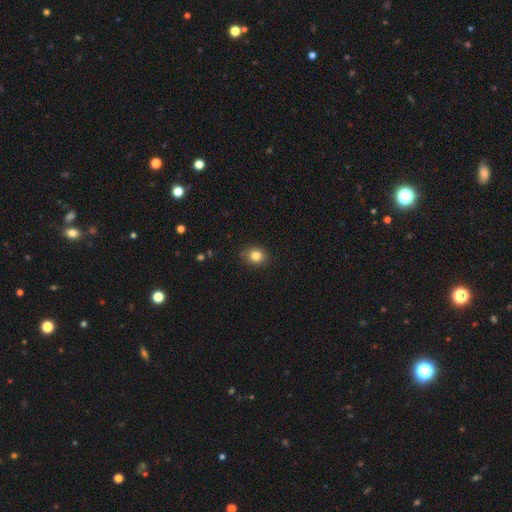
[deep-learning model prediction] Morphology: type=smooth (83%); roundness=round (66%); merging=none (85%).